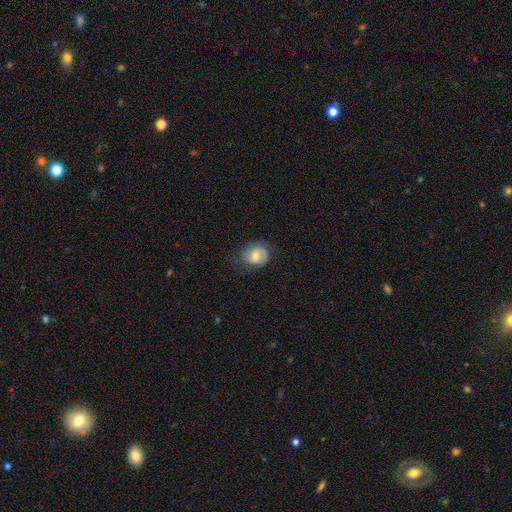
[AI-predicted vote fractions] smooth 70%, featured or disk 22%, star or artifact 8%. Down the decision tree: how rounded — round (59%); merging — none (64%).